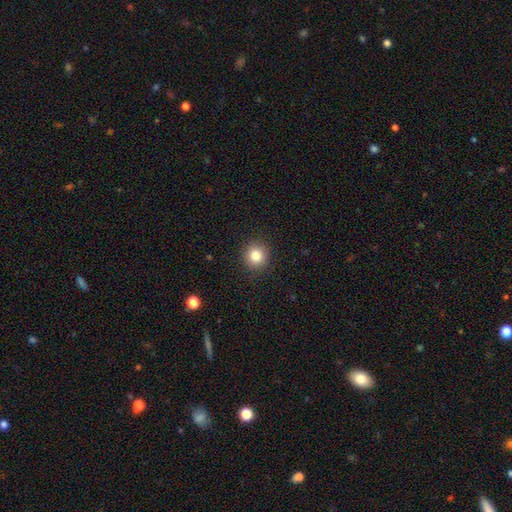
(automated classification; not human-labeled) smooth-or-featured: smooth: 83% | star or artifact: 11% | featured or disk: 6%
  how-rounded: round: 92% | in between: 7% | cigar-shaped: 1%
  merging: none: 91% | minor disturbance: 6% | major disturbance: 2% | merger: 1%